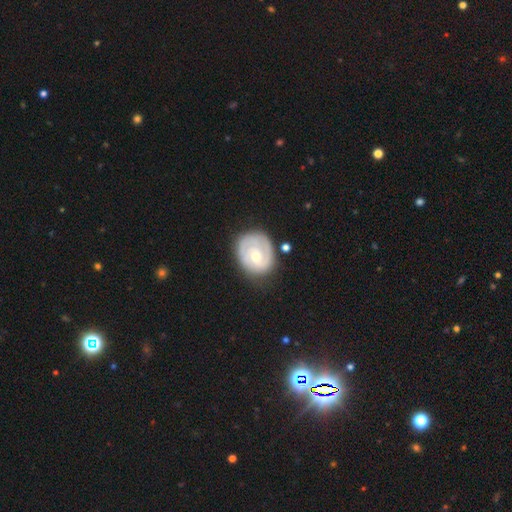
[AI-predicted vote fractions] A featured or disk galaxy (73%) with no bar (66%), 2 (42%) tight (69%) spiral arms (85%) and a moderate central bulge (56%). Merging: none (70%).